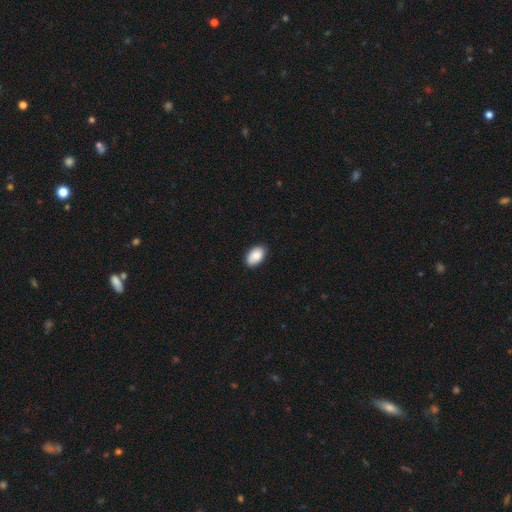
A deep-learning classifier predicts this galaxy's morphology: This appears to be a smooth galaxy with no disk features (86%) that is in between round and cigar-shaped (92%). Merging: none (85%).